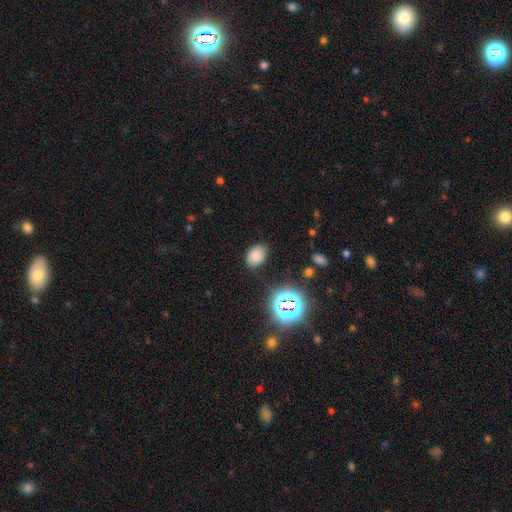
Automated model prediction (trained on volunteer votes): Smooth or featured? smooth (76%)
How rounded? in between (82%)
Merging? none (81%)